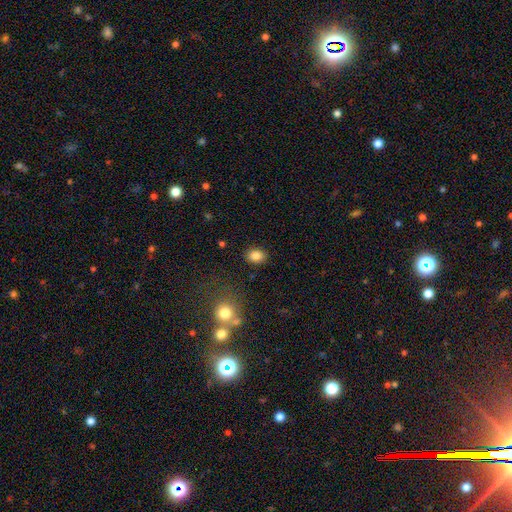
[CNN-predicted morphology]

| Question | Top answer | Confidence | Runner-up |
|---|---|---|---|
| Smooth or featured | smooth | 85% | star or artifact (10%) |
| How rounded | in between | 58% | round (41%) |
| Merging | none | 87% | minor disturbance (9%) |